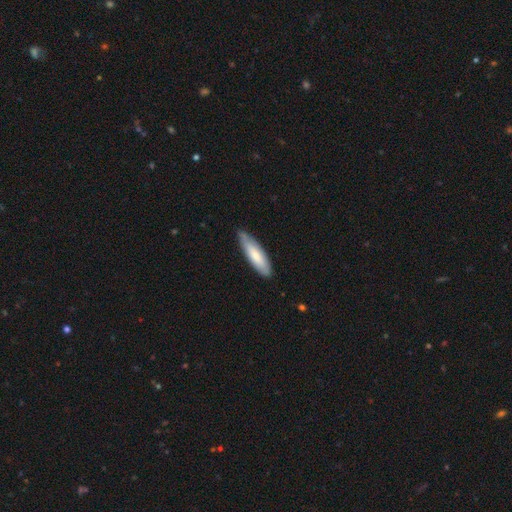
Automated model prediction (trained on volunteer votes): Morphology: type=smooth (74%); roundness=cigar-shaped (60%); merging=none (75%).